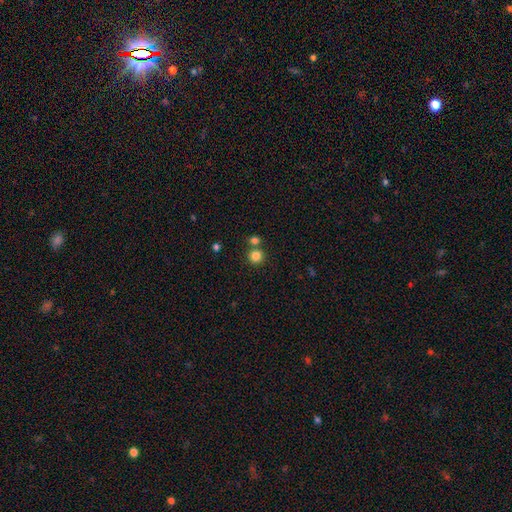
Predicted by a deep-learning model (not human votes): Smooth or featured? Predicted: smooth (p=0.83). How rounded? Predicted: round (p=0.93). Merging? Predicted: none (p=0.70).